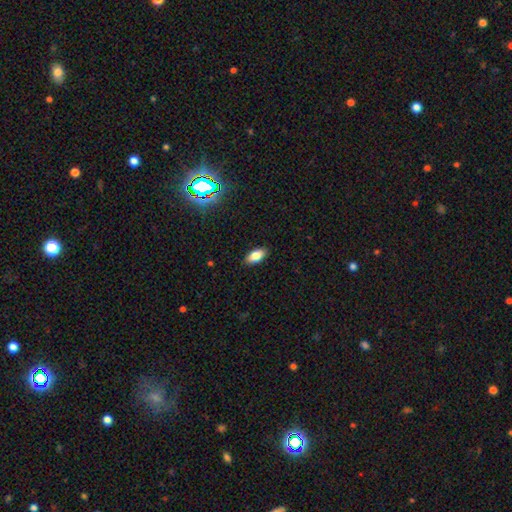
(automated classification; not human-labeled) This appears to be a smooth galaxy with no disk features (80%) that is in between round and cigar-shaped (90%). Merging: none (90%).